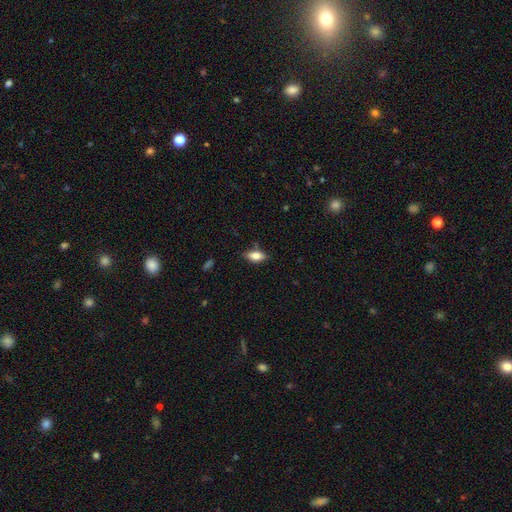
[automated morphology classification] Q: Smooth or featured?
A: smooth (75%); runner-up: featured or disk (17%)
Q: How rounded?
A: in between (86%); runner-up: cigar-shaped (10%)
Q: Merging?
A: none (76%); runner-up: minor disturbance (18%)